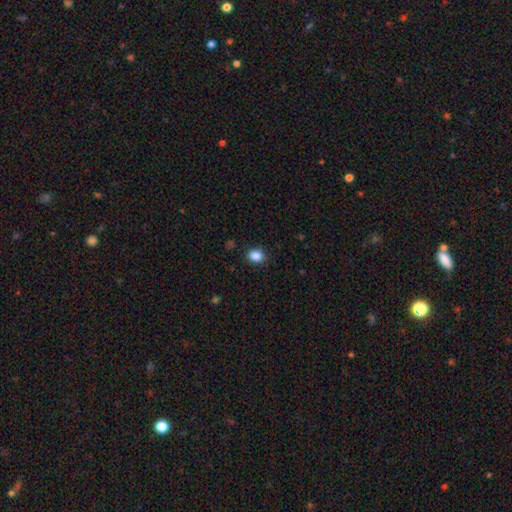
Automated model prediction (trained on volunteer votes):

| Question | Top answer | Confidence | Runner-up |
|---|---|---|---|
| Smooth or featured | smooth | 87% | star or artifact (10%) |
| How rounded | in between | 54% | round (45%) |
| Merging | none | 85% | minor disturbance (11%) |